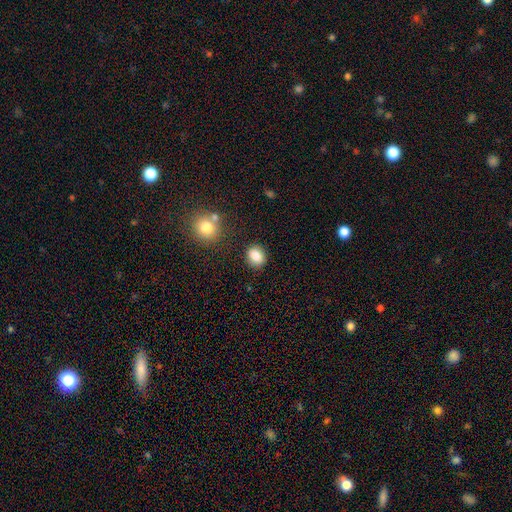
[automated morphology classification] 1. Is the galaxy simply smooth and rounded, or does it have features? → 85% smooth, 9% star or artifact, 6% featured or disk.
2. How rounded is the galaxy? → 49% round (tied), 49% in between (tied), 1% cigar-shaped.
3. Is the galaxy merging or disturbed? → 83% none, 10% minor disturbance, 3% merger, 3% major disturbance.